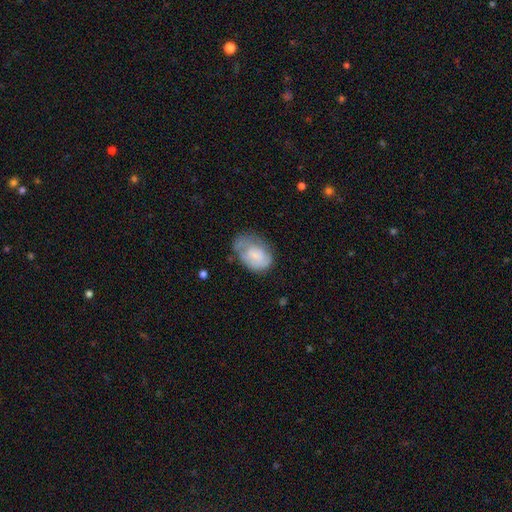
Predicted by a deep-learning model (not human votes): Morphology: type=smooth (58%); roundness=in between (79%); merging=none (38%).